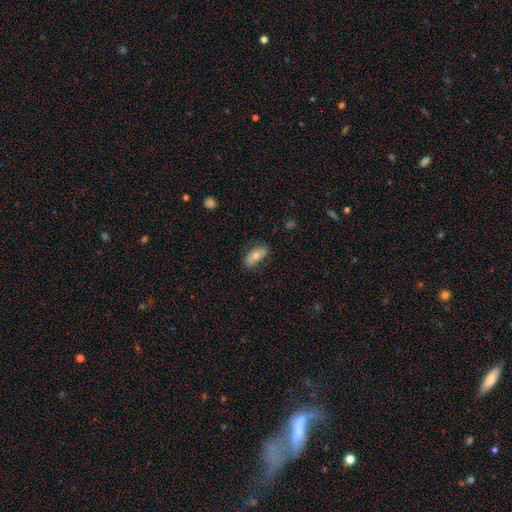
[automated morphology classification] smooth-or-featured: smooth: 66% | featured or disk: 27% | star or artifact: 7%
  how-rounded: in between: 88% | cigar-shaped: 8% | round: 4%
  merging: none: 77% | minor disturbance: 18% | major disturbance: 4% | merger: 2%